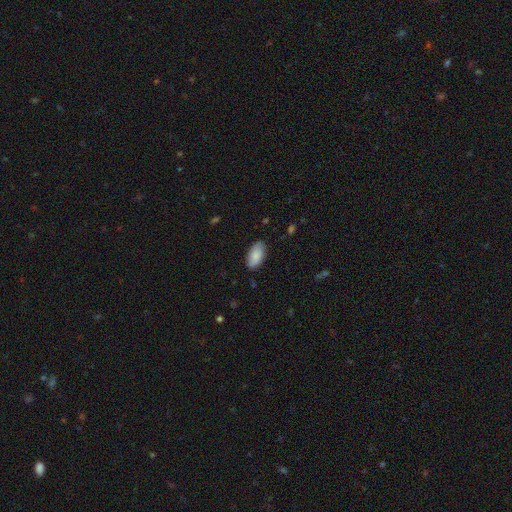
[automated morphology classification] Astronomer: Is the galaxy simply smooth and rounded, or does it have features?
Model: smooth — 87%.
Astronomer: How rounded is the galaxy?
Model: in between — 95%.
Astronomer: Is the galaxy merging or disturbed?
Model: none — 85%.